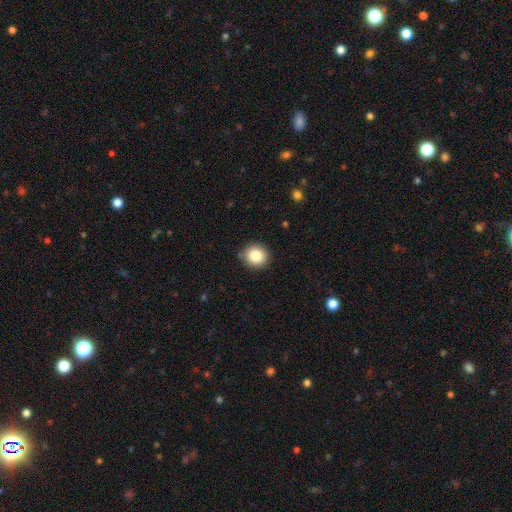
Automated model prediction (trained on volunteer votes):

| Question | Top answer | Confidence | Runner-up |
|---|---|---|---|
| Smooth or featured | smooth | 85% | star or artifact (10%) |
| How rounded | round | 88% | in between (11%) |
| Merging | none | 88% | minor disturbance (9%) |